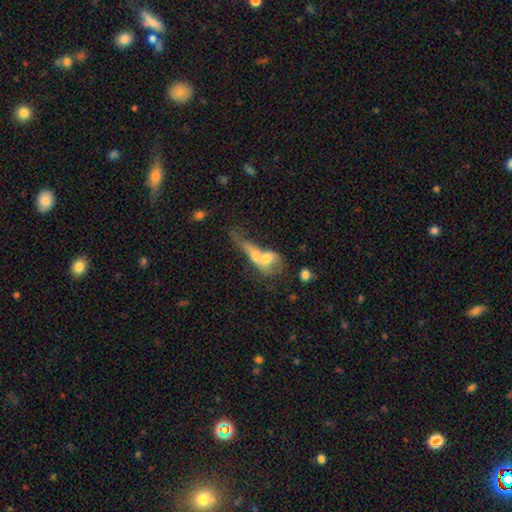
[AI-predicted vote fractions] Q: Smooth or featured?
A: smooth (56%); runner-up: featured or disk (35%)
Q: How rounded?
A: in between (52%); runner-up: round (24%)
Q: Merging?
A: merger (71%); runner-up: major disturbance (12%)